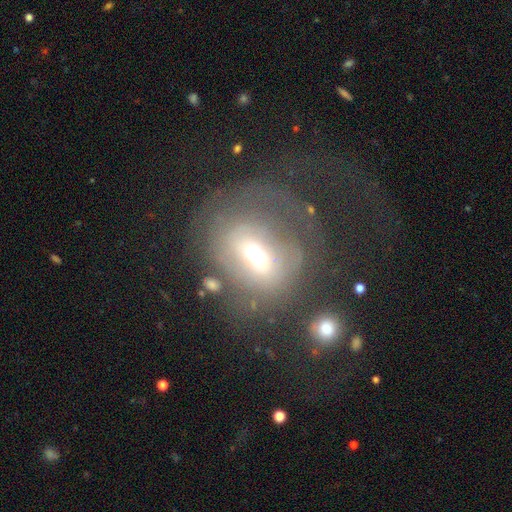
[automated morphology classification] Smooth or featured? featured or disk (48%)
Merging? major disturbance (36%, tied with none)